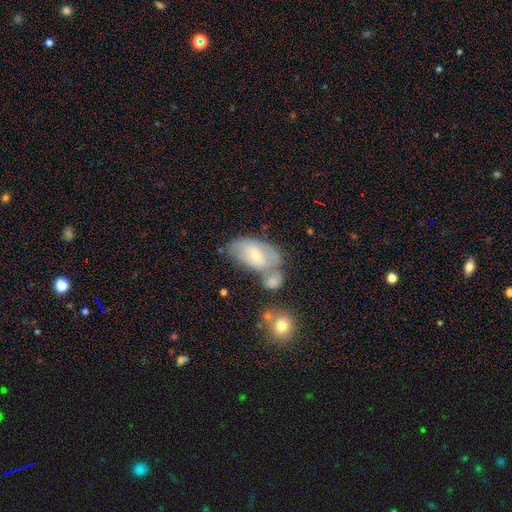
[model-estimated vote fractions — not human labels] Smooth or featured: smooth — 49% (featured or disk — 44%)
Merging: merger — 39% (none — 32%)